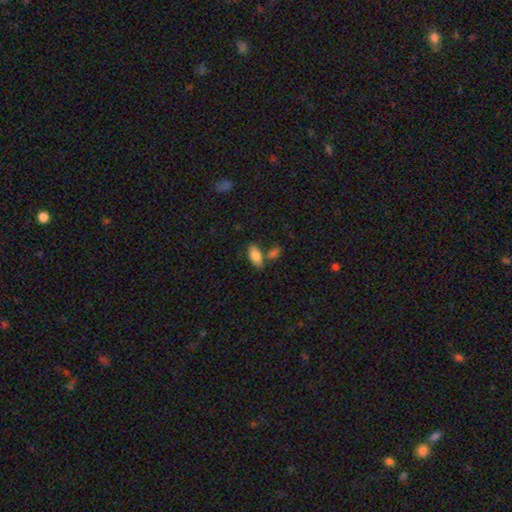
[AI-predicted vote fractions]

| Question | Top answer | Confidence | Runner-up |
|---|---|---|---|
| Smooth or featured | smooth | 83% | featured or disk (10%) |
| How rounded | in between | 89% | cigar-shaped (8%) |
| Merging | none | 64% | merger (17%) |